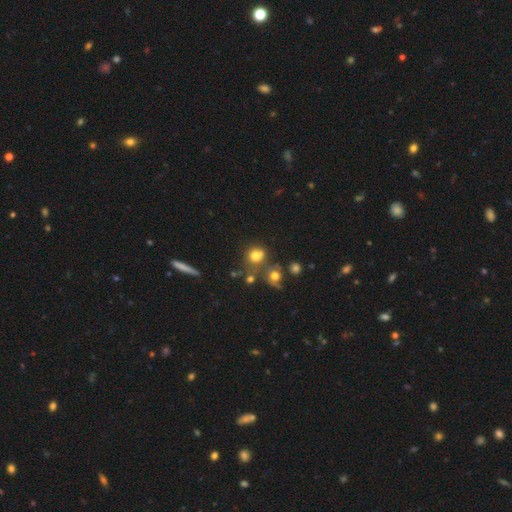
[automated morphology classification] Smooth or featured? smooth (74%)
How rounded? round (78%)
Merging? none (53%)